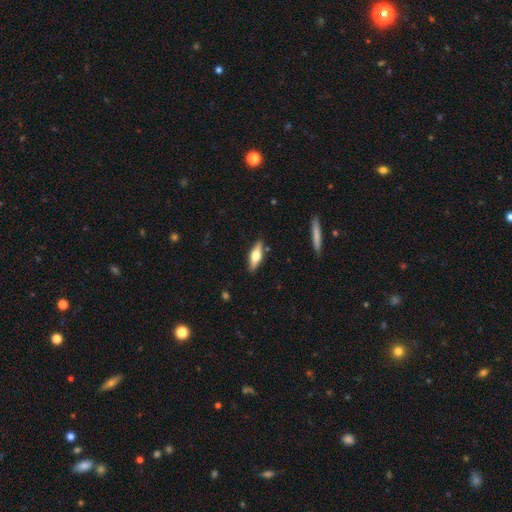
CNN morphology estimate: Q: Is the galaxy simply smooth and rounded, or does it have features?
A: smooth — 48%.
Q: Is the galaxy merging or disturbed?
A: none — 86%.